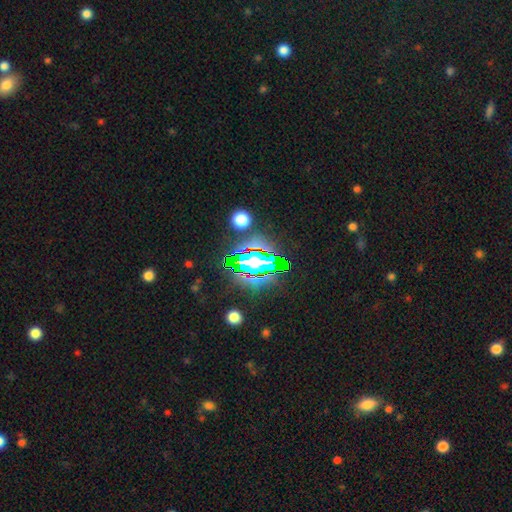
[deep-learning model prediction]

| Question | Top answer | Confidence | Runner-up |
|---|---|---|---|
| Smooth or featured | star or artifact | 77% | smooth (13%) |